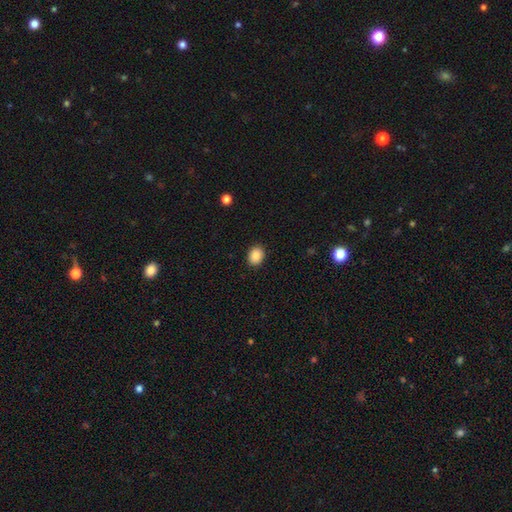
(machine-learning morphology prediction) This appears to be a smooth galaxy with no disk features (88%) that is in between round and cigar-shaped (52%). Merging: none (90%).